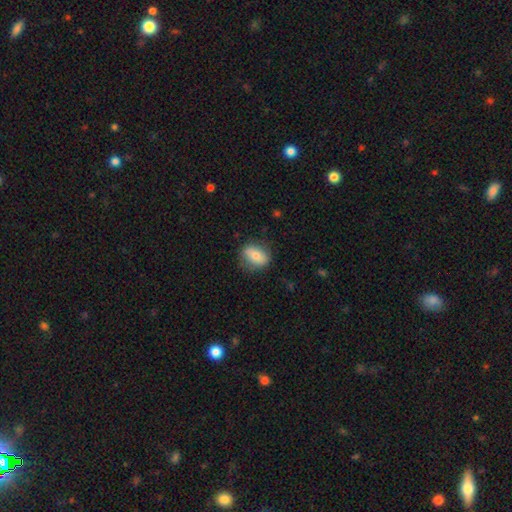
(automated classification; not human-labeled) Smooth or featured? Predicted: smooth (p=0.72). How rounded? Predicted: in between (p=0.74). Merging? Predicted: none (p=0.78).